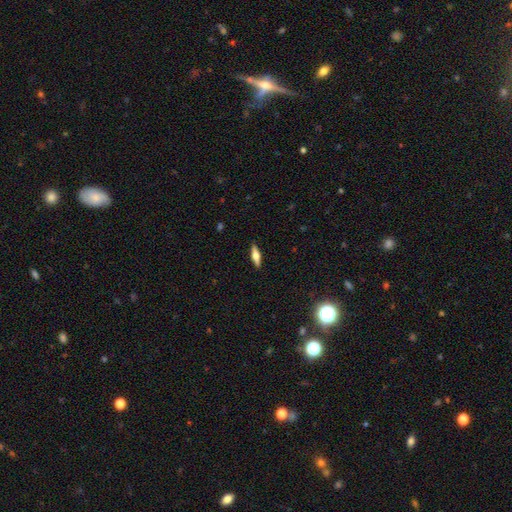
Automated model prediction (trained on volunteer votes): A featured or disk galaxy (49%). Merging: none (89%).